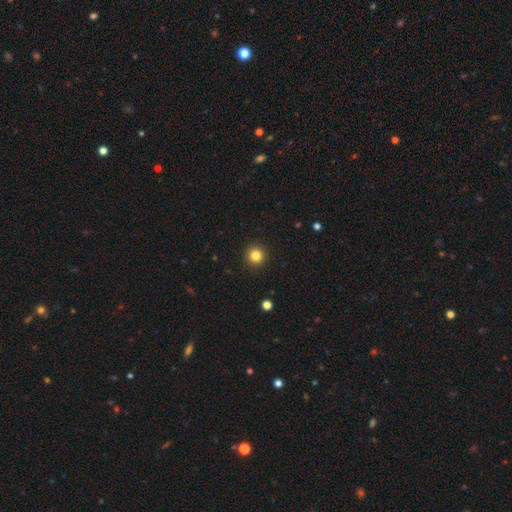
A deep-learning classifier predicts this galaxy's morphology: type=smooth (83%); roundness=round (95%); merging=none (93%).